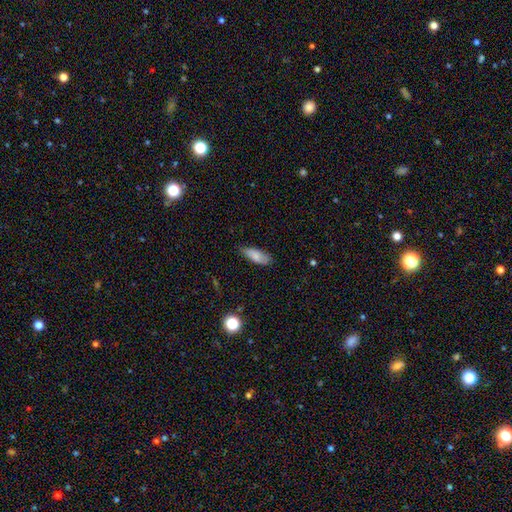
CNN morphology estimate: The model was most divided on "how rounded": in between: 74%, cigar-shaped: 24%, round: 2%. More confident: smooth or featured — smooth (81%); merging — none (74%).